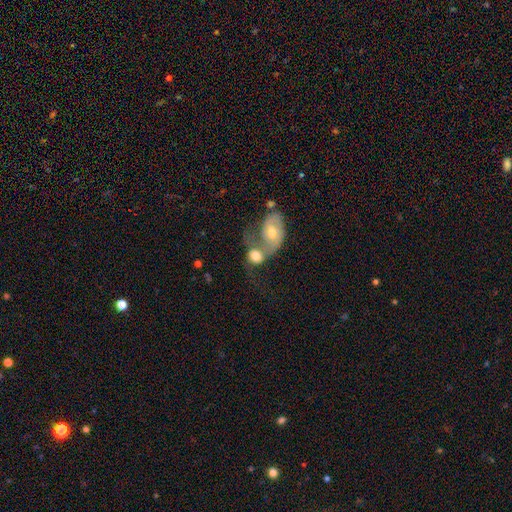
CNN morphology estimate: The model was most divided on "smooth or featured": smooth: 51%, featured or disk: 41%, star or artifact: 8%. More confident: merging — merger (76%); how rounded — in between (60%).